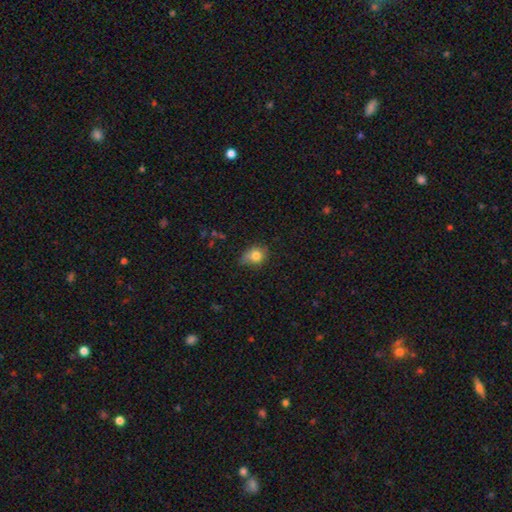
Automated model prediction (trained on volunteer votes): A smooth galaxy with no disk features (79%) that is round (53%).

Vote fractions:
- Smooth or featured? smooth: 79% / featured or disk: 11% / star or artifact: 11%
- How rounded? round: 53% / in between: 46% / cigar-shaped: 1%
- Merging? none: 53% / minor disturbance: 36% / major disturbance: 9% / merger: 2%